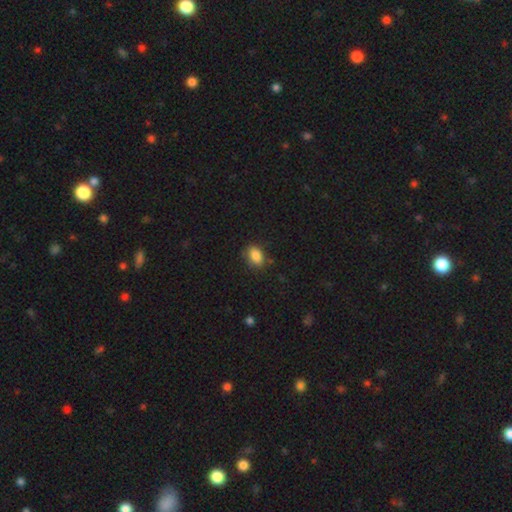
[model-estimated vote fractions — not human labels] Morphology: type=smooth (86%); roundness=in between (81%); merging=none (78%).